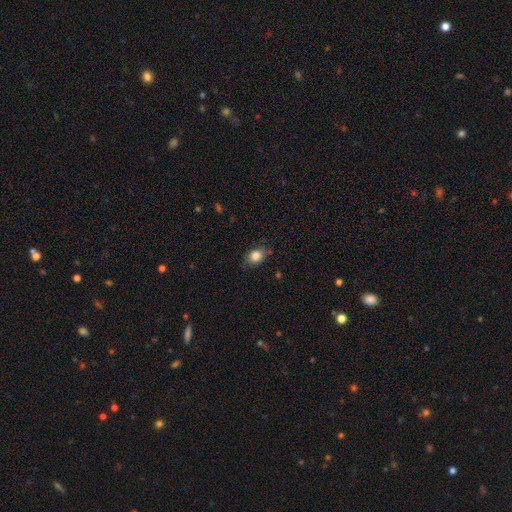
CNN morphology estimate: Q: Smooth or featured?
A: smooth (83%); runner-up: star or artifact (9%)
Q: How rounded?
A: in between (66%); runner-up: round (33%)
Q: Merging?
A: none (74%); runner-up: minor disturbance (21%)